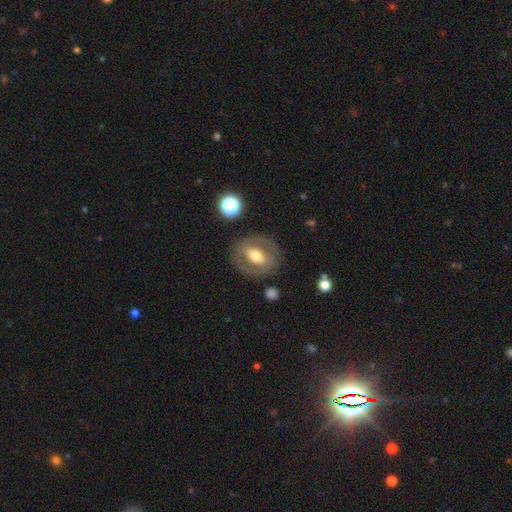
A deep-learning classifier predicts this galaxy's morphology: A featured or disk galaxy (54%) with no bar (37%), no spiral arms (72%) and a moderate central bulge (68%).

Vote fractions:
- Smooth or featured? featured or disk: 54% / smooth: 39% / star or artifact: 7%
- Edge-on disk? no: 93% / yes: 7%
- Bar? no: 37% / weak: 33% / strong: 30%
- Spiral arms? no: 72% / yes: 28%
- Bulge size? moderate: 68% / large: 16% / small: 14% / dominant: 2% / none: 1%
- Merging? none: 81% / minor disturbance: 11% / major disturbance: 6% / merger: 2%